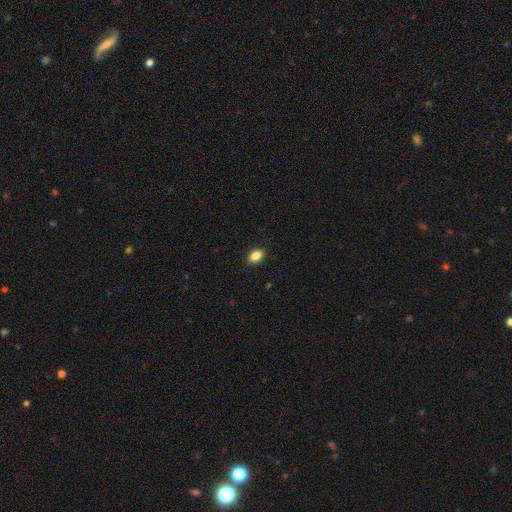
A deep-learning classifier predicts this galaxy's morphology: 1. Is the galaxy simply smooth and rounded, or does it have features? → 87% smooth, 9% star or artifact, 4% featured or disk.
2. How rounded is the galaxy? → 79% in between, 19% round, 1% cigar-shaped.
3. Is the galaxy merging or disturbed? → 89% none, 8% minor disturbance, 2% major disturbance, 1% merger.